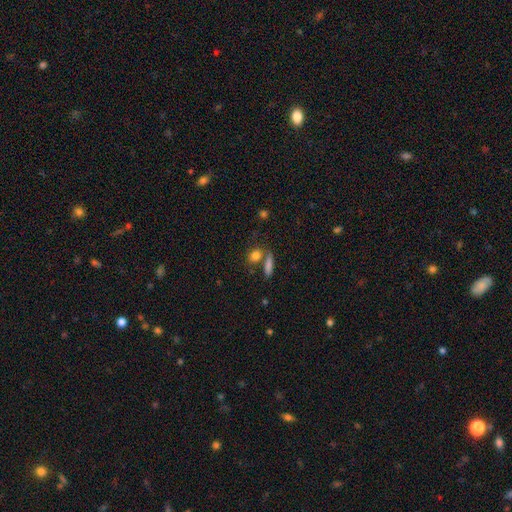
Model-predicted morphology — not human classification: Smooth or featured? smooth (82%)
How rounded? in between (56%)
Merging? none (59%)